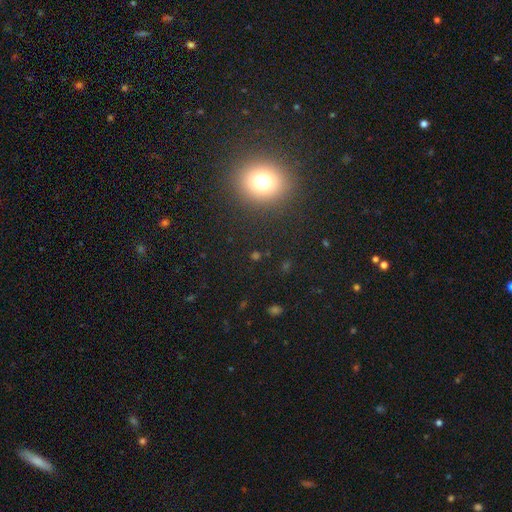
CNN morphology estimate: type=smooth (61%); roundness=round (82%); merging=none (87%).